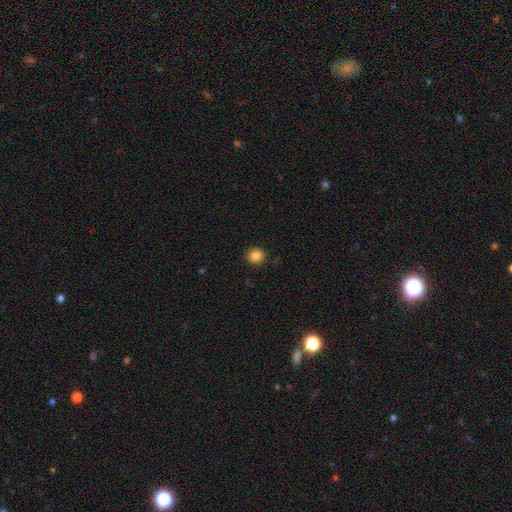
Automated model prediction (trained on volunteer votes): This appears to be a smooth galaxy with no disk features (85%) that is round (86%). Merging: none (91%).